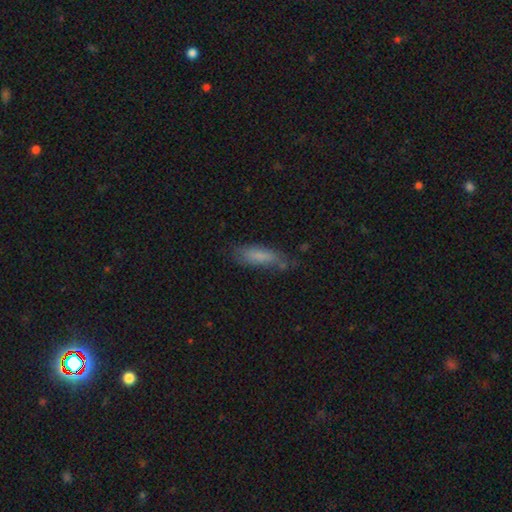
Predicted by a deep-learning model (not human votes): smooth 73%, featured or disk 18%, star or artifact 9%. Down the decision tree: how rounded — cigar-shaped (54%); merging — none (64%).